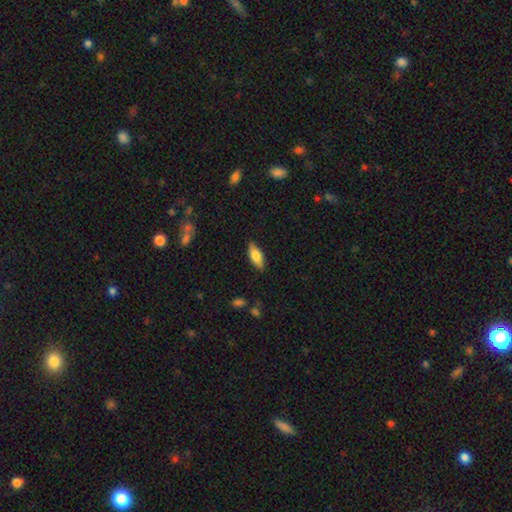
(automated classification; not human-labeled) smooth 70%, featured or disk 24%, star or artifact 6%. Down the decision tree: how rounded — in between (78%); merging — none (84%).